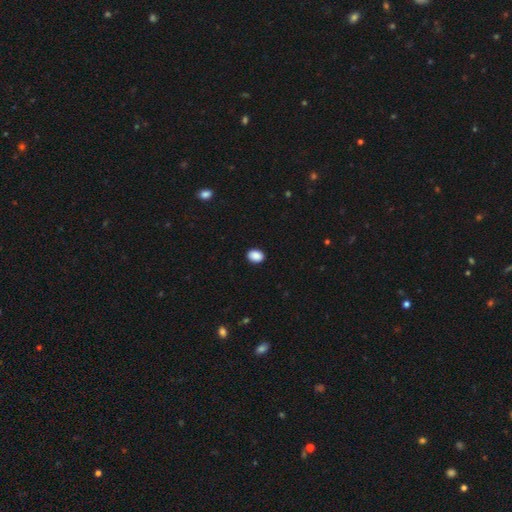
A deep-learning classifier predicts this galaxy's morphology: type=smooth (90%); roundness=in between (67%); merging=none (90%).